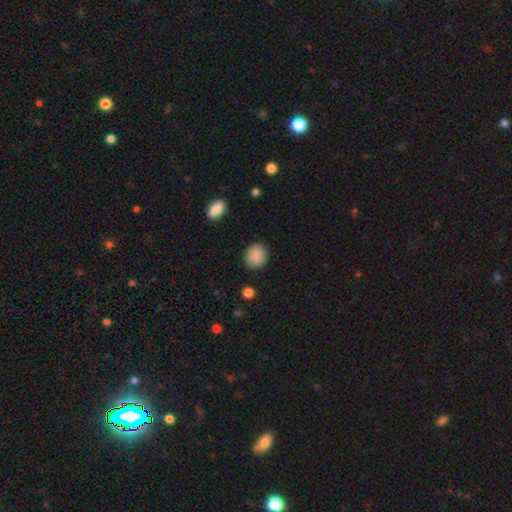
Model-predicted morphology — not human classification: Smooth or featured: smooth — 88% (star or artifact — 7%)
How rounded: round — 78% (in between — 21%)
Merging: none — 87% (minor disturbance — 9%)